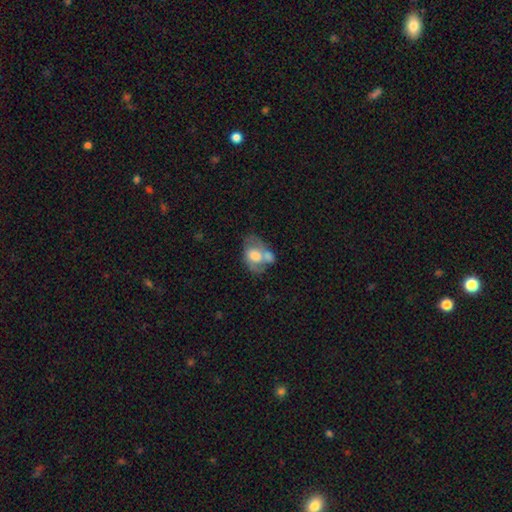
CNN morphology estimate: A featured or disk galaxy (48%).

Vote fractions:
- Smooth or featured? featured or disk: 48% / smooth: 45% / star or artifact: 7%
- Merging? merger: 42% / none: 28% / minor disturbance: 17% / major disturbance: 12%